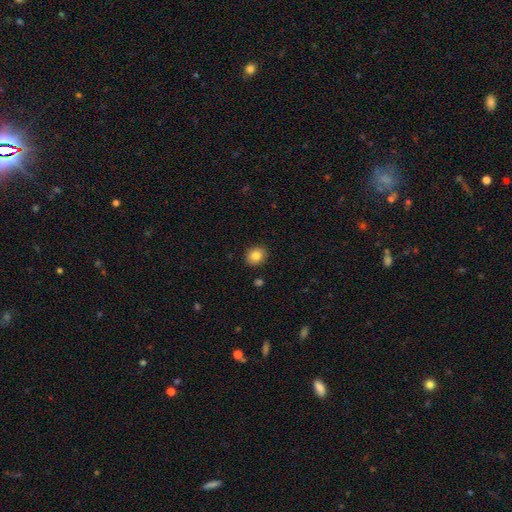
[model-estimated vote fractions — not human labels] This appears to be a smooth galaxy with no disk features (83%) that is round (67%). Merging: none (89%).